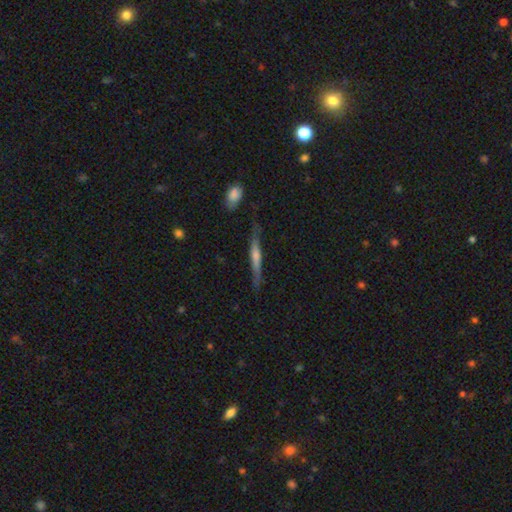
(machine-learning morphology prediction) type=featured or disk (60%); edge-on=yes (94%); edge-on bulge=rounded (57%); merging=none (75%).